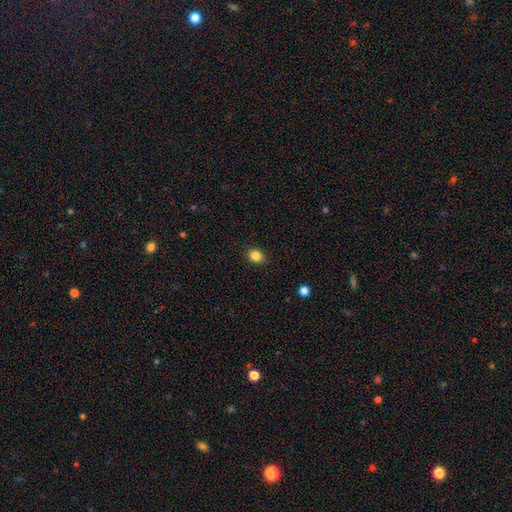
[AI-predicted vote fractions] Smooth or featured?
  - smooth: 85% *
  - star or artifact: 11%
  - featured or disk: 5%
How rounded?
  - round: 51% *
  - in between: 48%
  - cigar-shaped: 1%
Merging?
  - none: 90% *
  - minor disturbance: 7%
  - major disturbance: 2%
  - merger: 1%